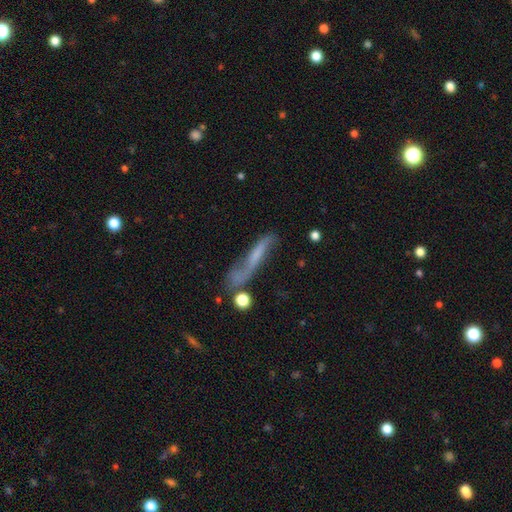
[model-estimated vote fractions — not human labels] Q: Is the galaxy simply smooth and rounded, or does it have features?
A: featured or disk — 53%.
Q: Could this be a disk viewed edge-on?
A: no — 53%.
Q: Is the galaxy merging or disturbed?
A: none — 47%.